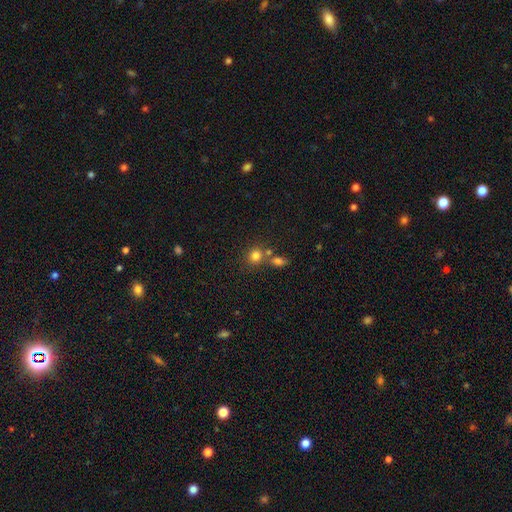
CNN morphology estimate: Smooth or featured?
  - smooth: 79% *
  - star or artifact: 13%
  - featured or disk: 8%
How rounded?
  - round: 80% *
  - in between: 19%
  - cigar-shaped: 1%
Merging?
  - none: 57% *
  - merger: 31%
  - minor disturbance: 9%
  - major disturbance: 4%